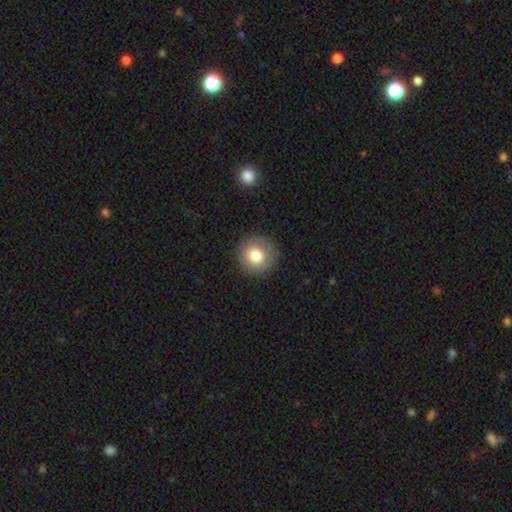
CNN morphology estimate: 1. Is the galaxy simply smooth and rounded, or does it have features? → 79% smooth, 11% featured or disk, 9% star or artifact.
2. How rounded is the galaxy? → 95% round, 4% in between, 1% cigar-shaped.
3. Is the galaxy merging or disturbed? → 90% none, 6% minor disturbance, 2% major disturbance, 1% merger.